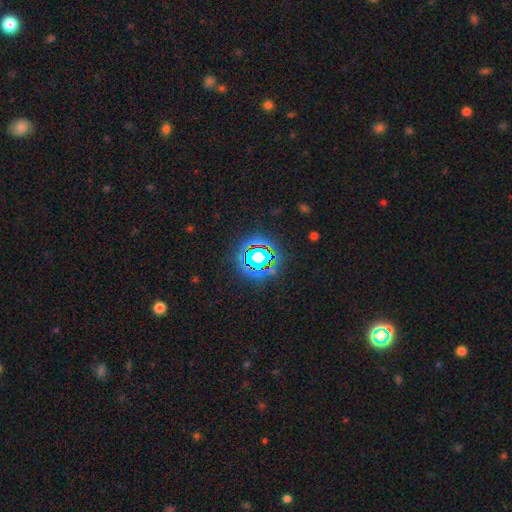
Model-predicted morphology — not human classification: Smooth or featured: star or artifact — 69% (smooth — 19%)